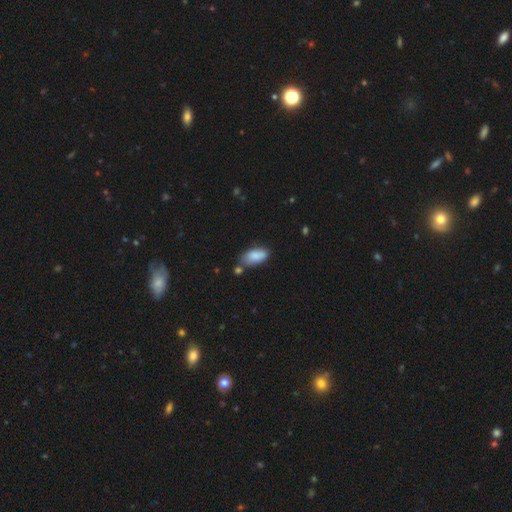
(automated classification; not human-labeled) Smooth or featured? smooth (84%)
How rounded? in between (90%)
Merging? none (57%)